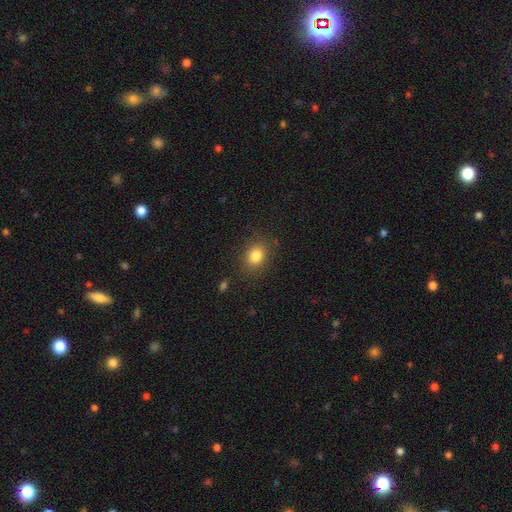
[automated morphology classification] Smooth or featured? smooth (83%)
How rounded? in between (56%)
Merging? none (84%)